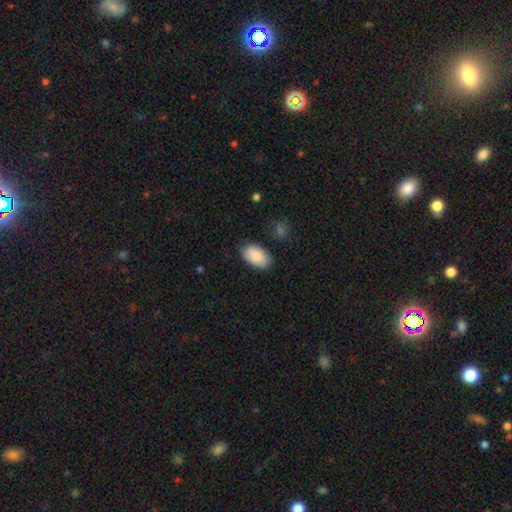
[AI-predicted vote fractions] smooth-or-featured: smooth: 89% | star or artifact: 6% | featured or disk: 5%
  how-rounded: in between: 95% | round: 4% | cigar-shaped: 1%
  merging: none: 82% | minor disturbance: 14% | major disturbance: 3% | merger: 2%